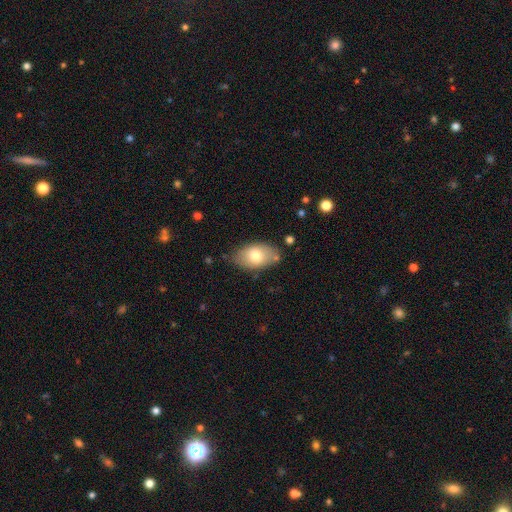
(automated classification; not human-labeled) smooth_or_featured: smooth (p=0.76) [alt: featured or disk p=0.17]
how_rounded: in between (p=0.92) [alt: round p=0.06]
merging: none (p=0.77) [alt: minor disturbance p=0.16]